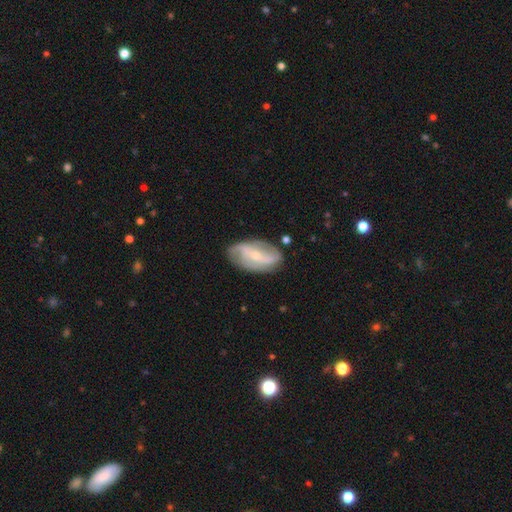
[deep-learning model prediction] featured or disk 77%, smooth 17%, star or artifact 6%. Down the decision tree: edge-on disk — no (94%); bar — weak (36%); spiral arms — yes (87%); spiral arm count — 2 (71%); spiral winding — loose (44%); bulge size — small (66%); merging — none (74%).